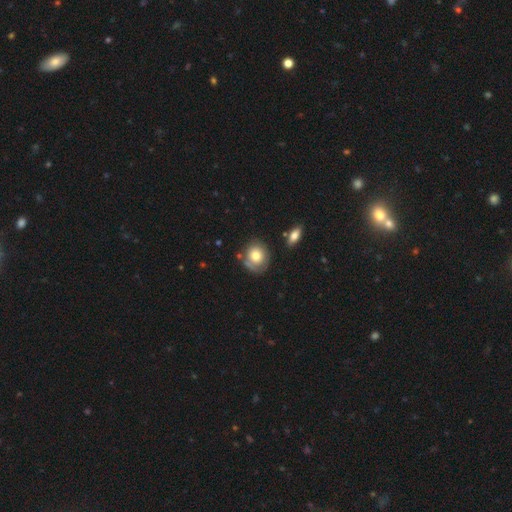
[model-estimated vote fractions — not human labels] This is likely a smooth galaxy (64%). How rounded: likely round (75%). Merging: likely none (64%).